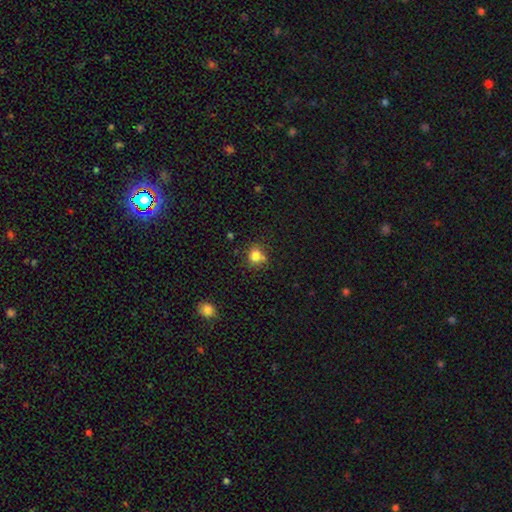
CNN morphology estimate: type=smooth (80%); roundness=round (74%); merging=none (65%).